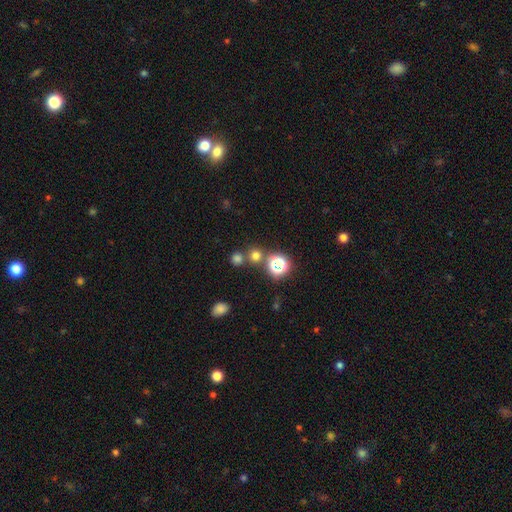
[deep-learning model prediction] Smooth or featured? smooth (65%)
How rounded? round (91%)
Merging? none (71%)